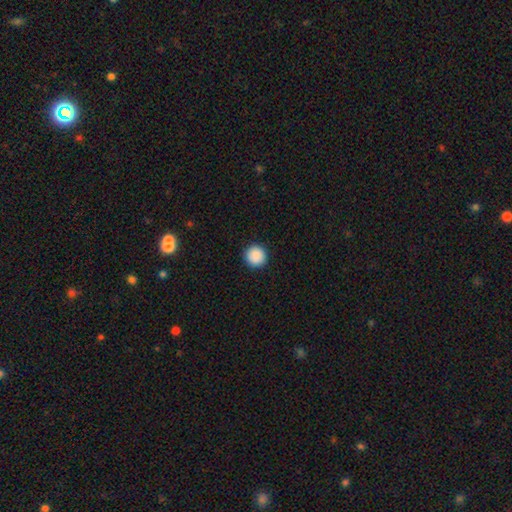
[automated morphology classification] This appears to be a smooth galaxy with no disk features (89%) that is round (96%). Merging: none (93%).